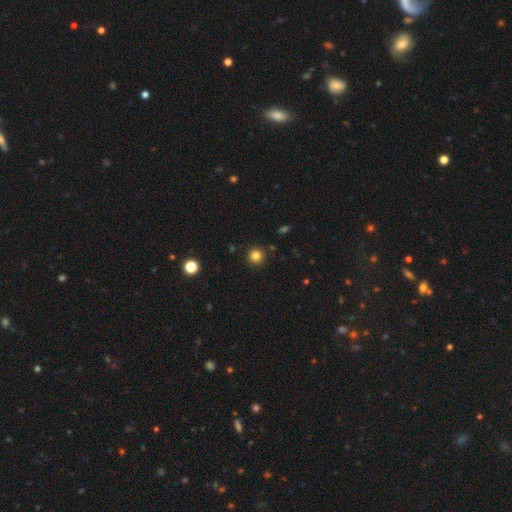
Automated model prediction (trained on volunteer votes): This appears to be a smooth galaxy with no disk features (83%) that is round (95%). Merging: none (91%).